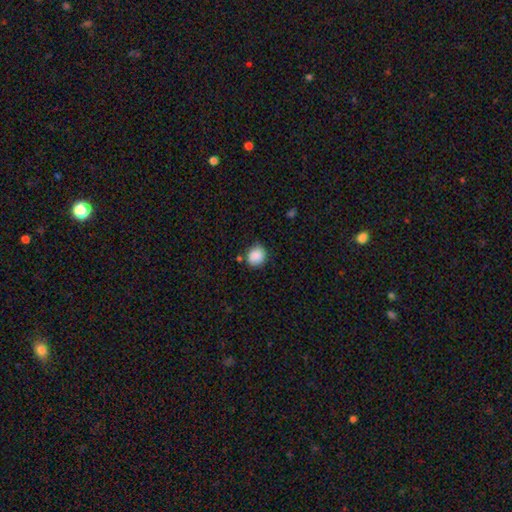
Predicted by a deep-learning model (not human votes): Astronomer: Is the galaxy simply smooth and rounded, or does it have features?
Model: smooth — 88%.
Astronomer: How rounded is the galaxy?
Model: round — 79%.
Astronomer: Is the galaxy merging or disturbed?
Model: none — 72%.